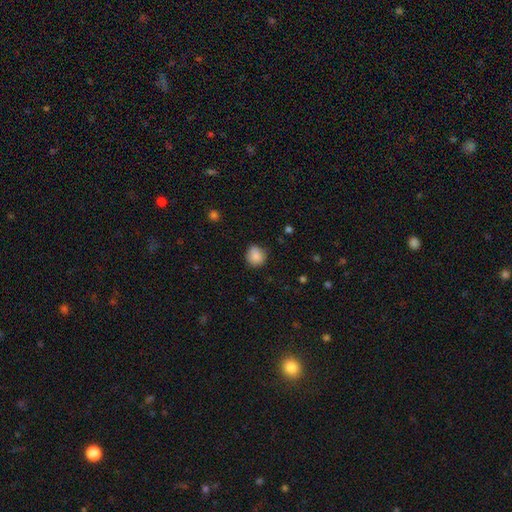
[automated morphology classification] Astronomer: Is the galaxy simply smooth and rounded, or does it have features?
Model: smooth — 86%.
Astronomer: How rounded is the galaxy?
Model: round — 87%.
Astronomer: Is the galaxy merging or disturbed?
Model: none — 81%.